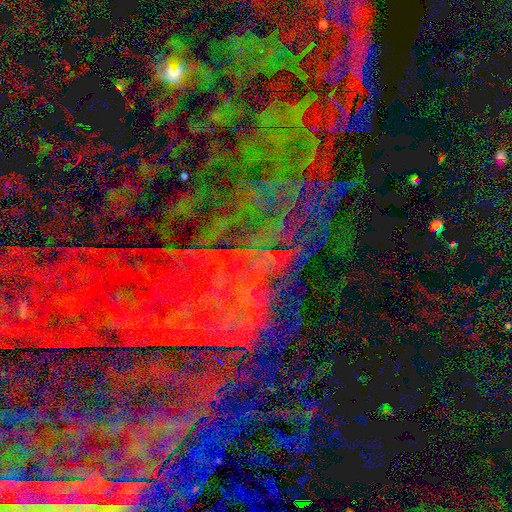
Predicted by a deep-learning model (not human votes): Smooth or featured?
  - star or artifact: 78% *
  - featured or disk: 12%
  - smooth: 10%